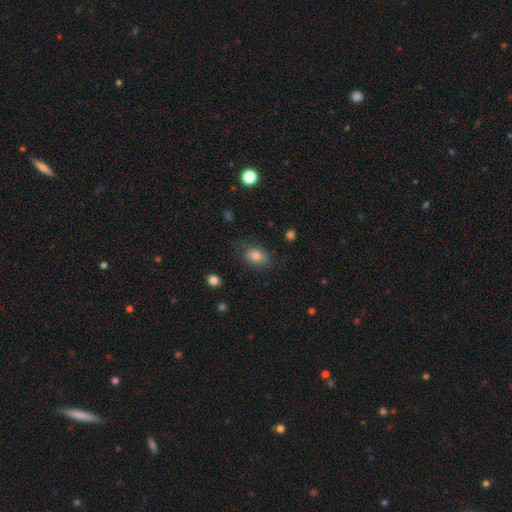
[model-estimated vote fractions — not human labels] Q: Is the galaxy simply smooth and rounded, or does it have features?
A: smooth — 79%.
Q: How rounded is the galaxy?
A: in between — 75%.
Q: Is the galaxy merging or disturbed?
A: none — 78%.